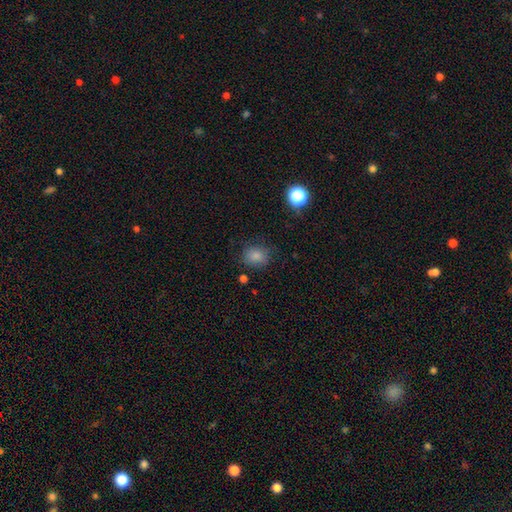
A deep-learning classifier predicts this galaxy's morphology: Overall: smooth (82%). How rounded: round (62%; in between 37%). Merging: none (76%).